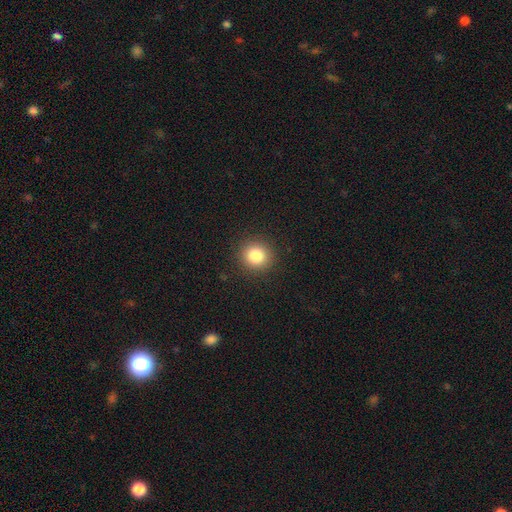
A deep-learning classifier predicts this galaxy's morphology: smooth_or_featured: smooth (p=0.84) [alt: star or artifact p=0.11]
how_rounded: round (p=0.90) [alt: in between p=0.09]
merging: none (p=0.91) [alt: minor disturbance p=0.06]